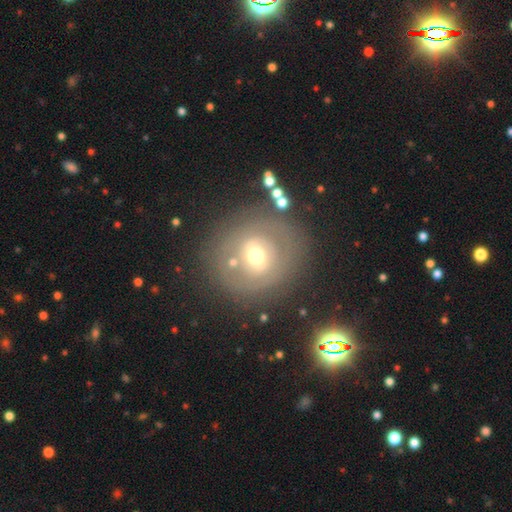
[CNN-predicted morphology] Smooth or featured?
  - featured or disk: 50% *
  - smooth: 38%
  - star or artifact: 11%
Edge-on disk?
  - no: 94% *
  - yes: 6%
Merging?
  - none: 74% *
  - minor disturbance: 13%
  - major disturbance: 8%
  - merger: 4%